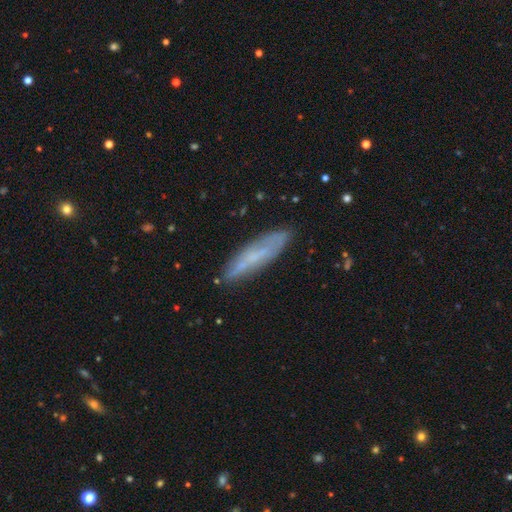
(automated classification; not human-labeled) Smooth or featured: smooth — 46% (featured or disk — 45%)
Merging: none — 80% (minor disturbance — 15%)